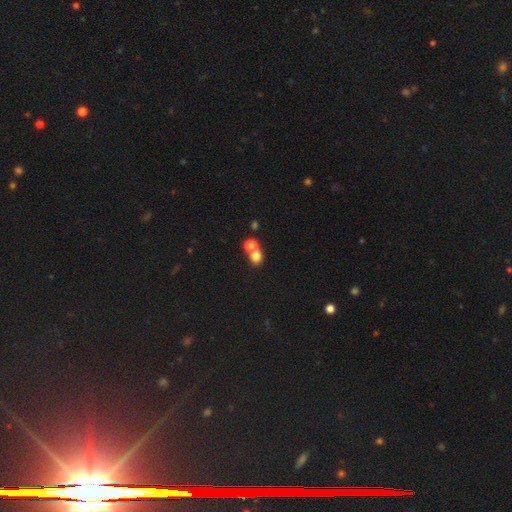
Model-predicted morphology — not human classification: smooth-or-featured: smooth: 76% | star or artifact: 14% | featured or disk: 10%
  how-rounded: round: 77% | in between: 22% | cigar-shaped: 1%
  merging: merger: 49% | none: 43% | minor disturbance: 6% | major disturbance: 3%